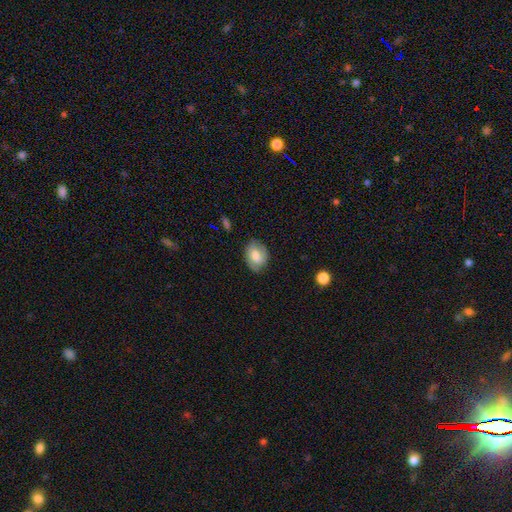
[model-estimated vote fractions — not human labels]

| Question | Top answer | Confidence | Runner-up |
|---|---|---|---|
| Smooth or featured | smooth | 65% | featured or disk (27%) |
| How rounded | in between | 73% | round (26%) |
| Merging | none | 77% | minor disturbance (18%) |